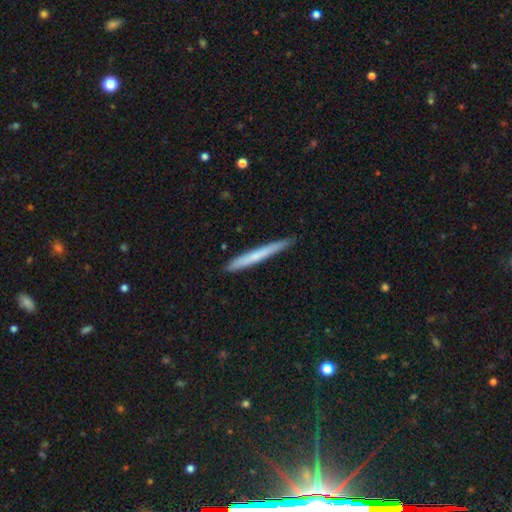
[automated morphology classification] This is likely a smooth galaxy (61%). How rounded: clearly cigar-shaped (97%). Merging: clearly none (87%).